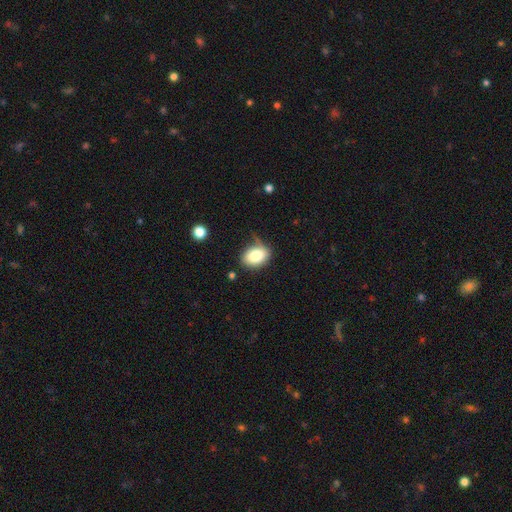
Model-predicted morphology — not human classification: Smooth or featured? smooth (83%)
How rounded? in between (80%)
Merging? none (64%)